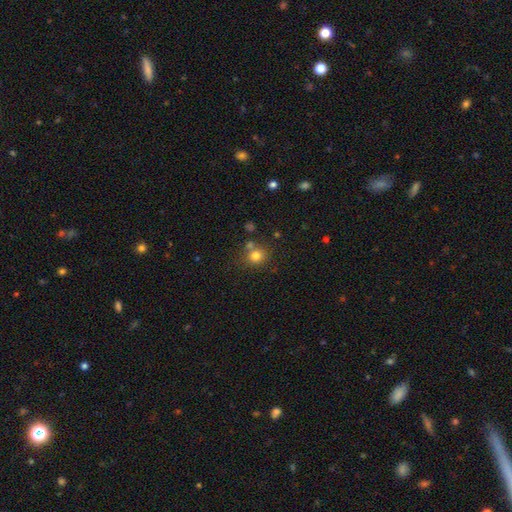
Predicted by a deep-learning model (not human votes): A smooth galaxy with no disk features (78%) that is round (86%). Merging: none (68%).